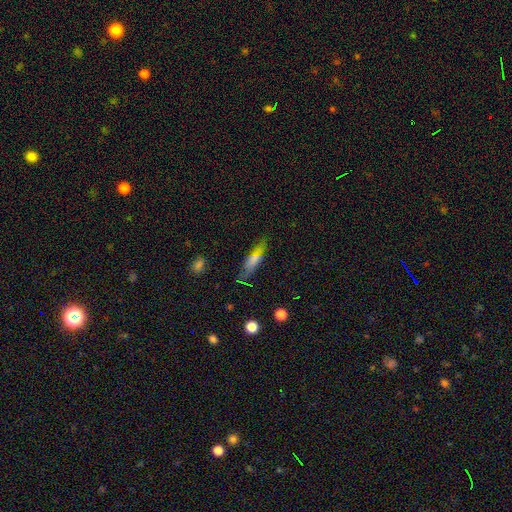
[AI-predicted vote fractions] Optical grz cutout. It shows a smooth galaxy with no disk features (54%) that is cigar-shaped (69%). Merging: none (77%).